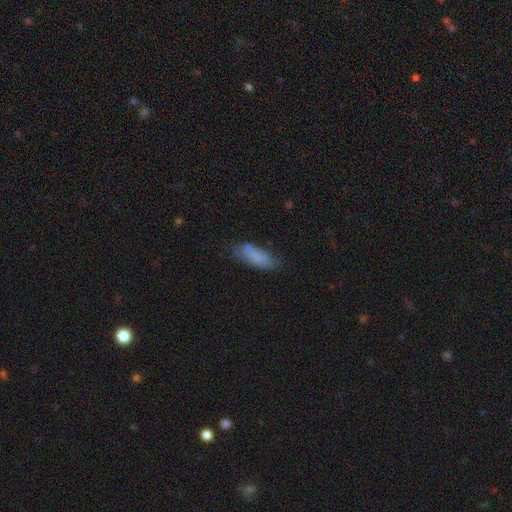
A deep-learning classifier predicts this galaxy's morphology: type=smooth (78%); roundness=in between (65%); merging=none (60%).